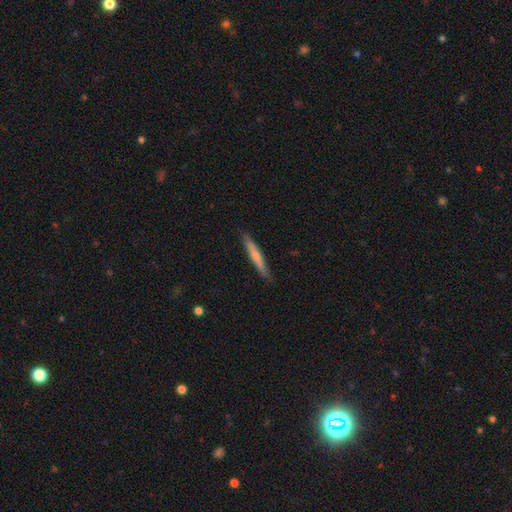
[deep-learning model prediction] smooth_or_featured: smooth (p=0.53) [alt: featured or disk p=0.41]
how_rounded: cigar-shaped (p=0.95) [alt: in between p=0.04]
merging: none (p=0.87) [alt: minor disturbance p=0.11]